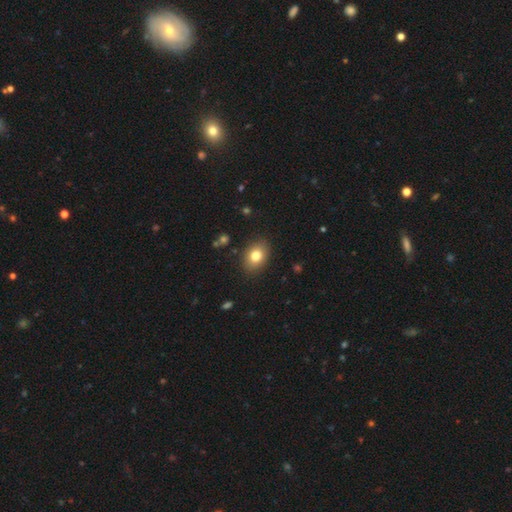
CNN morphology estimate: Smooth or featured? Predicted: smooth (p=0.80). How rounded? Predicted: in between (p=0.70). Merging? Predicted: none (p=0.87).